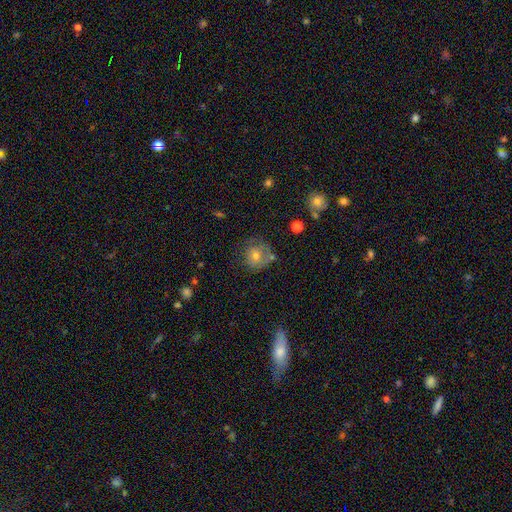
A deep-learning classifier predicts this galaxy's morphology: The model was most divided on "merging": none: 56%, minor disturbance: 24%, major disturbance: 13%, merger: 8%. More confident: how rounded — round (83%); smooth or featured — smooth (62%).